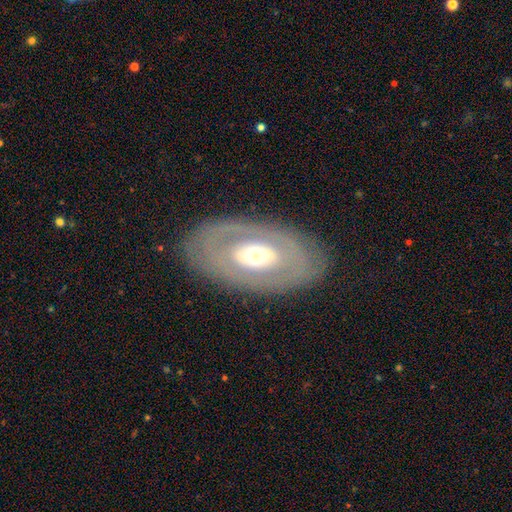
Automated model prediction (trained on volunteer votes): This is likely a featured or disk galaxy (63%). It is clearly not viewed edge-on (89%). Bar: likely no (78%). Spiral arm pattern: likely no (79%). Central bulge: likely moderate (62%). Merging: clearly none (83%).